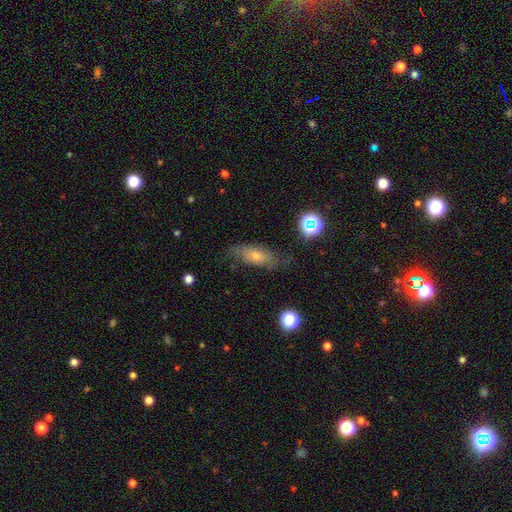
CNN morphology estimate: smooth 49%, featured or disk 38%, star or artifact 13%. Down the decision tree: merging — none (66%).